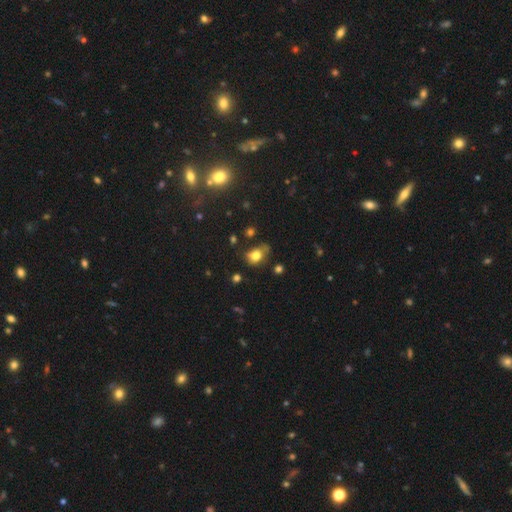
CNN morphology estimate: smooth_or_featured: smooth (p=0.75) [alt: star or artifact p=0.13]
how_rounded: in between (p=0.61) [alt: round p=0.38]
merging: none (p=0.46) [alt: minor disturbance p=0.33]